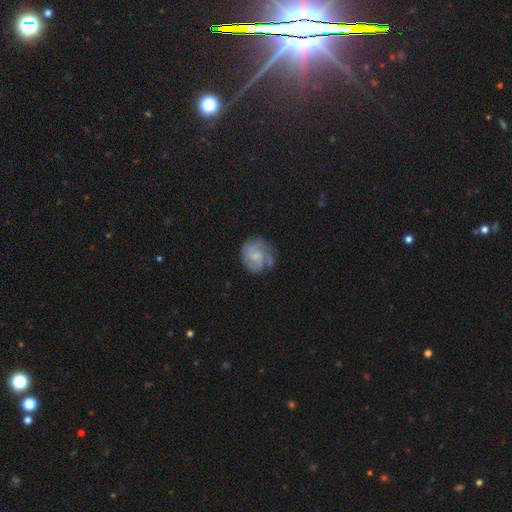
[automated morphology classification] Smooth or featured: featured or disk — 52% (smooth — 40%)
Edge-on disk: no — 98% (yes — 2%)
Bar: no — 62% (weak — 34%)
Spiral arms: yes — 81% (no — 19%)
Bulge size: small — 35% (none — 30%)
Merging: none — 59% (minor disturbance — 24%)